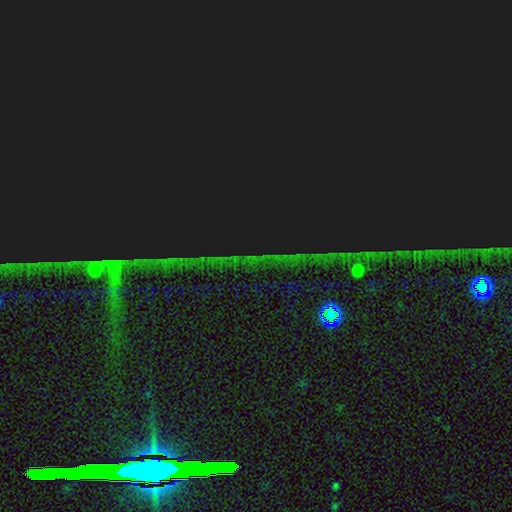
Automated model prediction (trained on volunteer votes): star or artifact 87%, smooth 7%, featured or disk 6%.